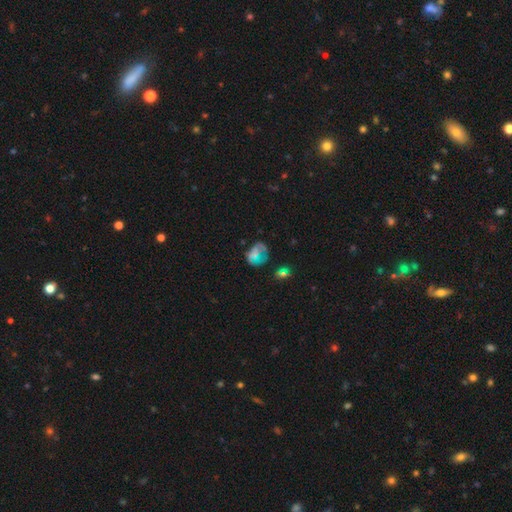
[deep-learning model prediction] Smooth or featured? smooth (45%)
Merging? none (38%)